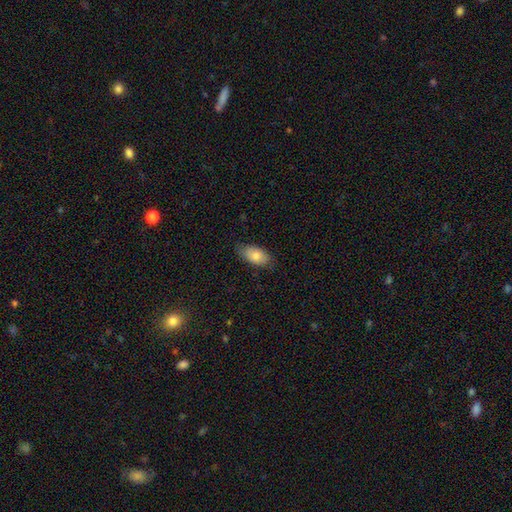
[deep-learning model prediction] Morphology: type=smooth (81%); roundness=in between (92%); merging=none (79%).